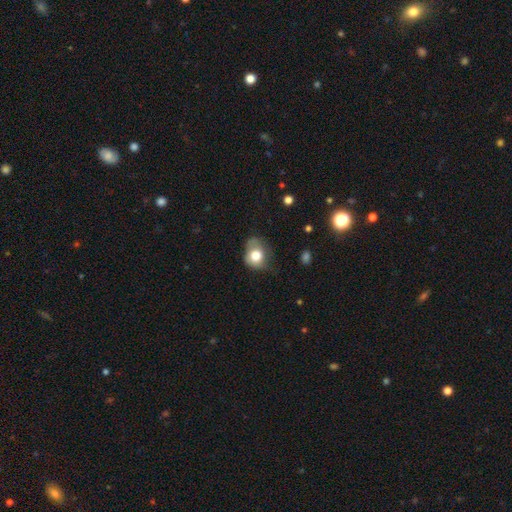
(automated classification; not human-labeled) A smooth galaxy with no disk features (74%) that is round (52%).

Vote fractions:
- Smooth or featured? smooth: 74% / featured or disk: 16% / star or artifact: 10%
- How rounded? round: 52% / in between: 47% / cigar-shaped: 1%
- Merging? none: 39% (tied) / minor disturbance: 39% (tied) / major disturbance: 20% / merger: 2%